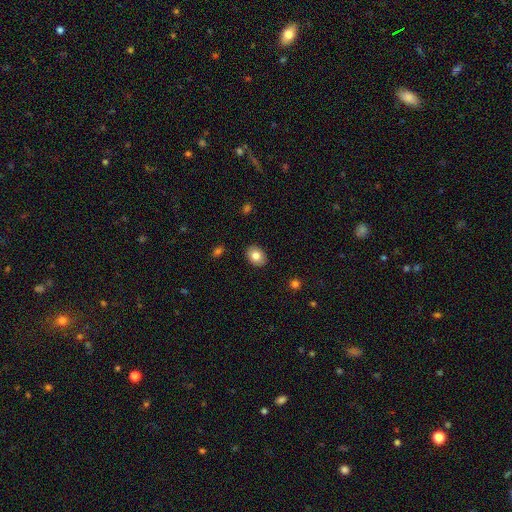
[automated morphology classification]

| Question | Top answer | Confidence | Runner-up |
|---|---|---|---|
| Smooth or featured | smooth | 81% | featured or disk (11%) |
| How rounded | in between | 70% | round (29%) |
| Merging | none | 89% | minor disturbance (8%) |